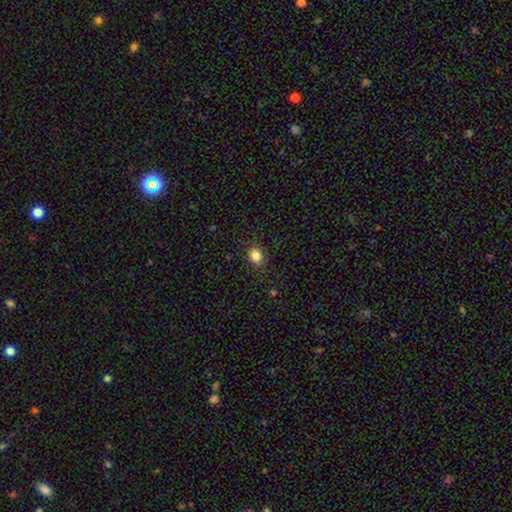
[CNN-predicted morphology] Smooth or featured? Predicted: smooth (p=0.84). How rounded? Predicted: round (p=0.68). Merging? Predicted: none (p=0.88).